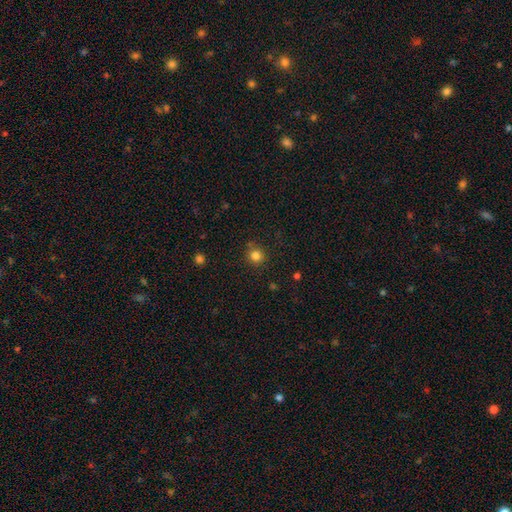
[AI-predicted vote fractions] This appears to be a smooth galaxy with no disk features (83%) that is round (92%). Merging: none (83%).